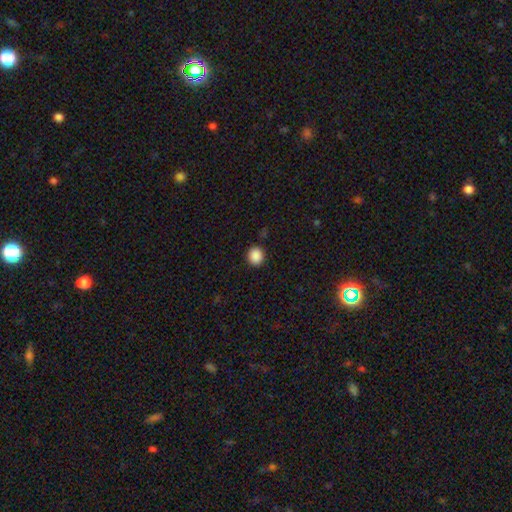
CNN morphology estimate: type=smooth (88%); roundness=round (81%); merging=none (89%).